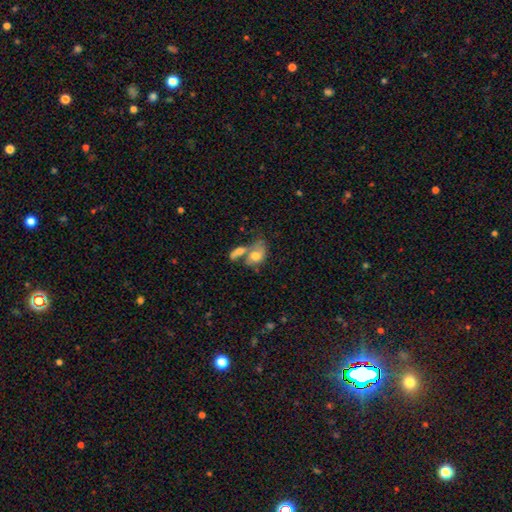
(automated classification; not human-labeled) A smooth galaxy with no disk features (60%) that is in between round and cigar-shaped (79%).

Vote fractions:
- Smooth or featured? smooth: 60% / featured or disk: 32% / star or artifact: 8%
- How rounded? in between: 79% / round: 18% / cigar-shaped: 3%
- Merging? merger: 60% / none: 18% / minor disturbance: 11% / major disturbance: 11%